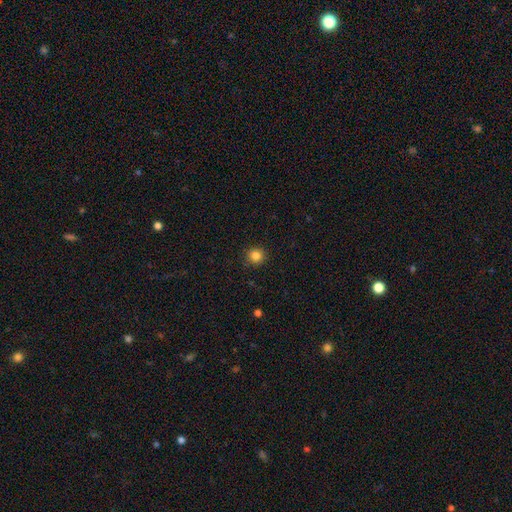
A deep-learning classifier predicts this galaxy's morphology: Overall: smooth (84%). How rounded: round (94%). Merging: none (91%).